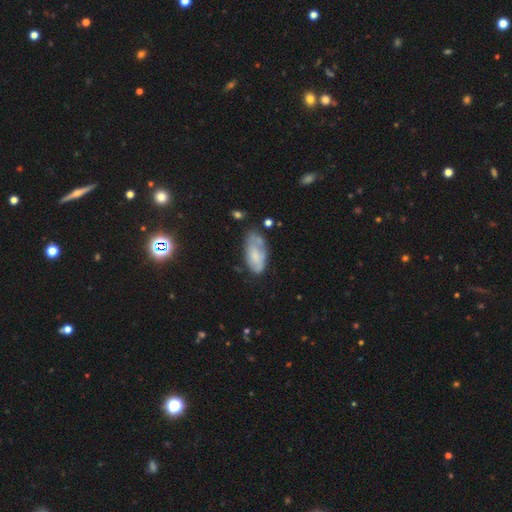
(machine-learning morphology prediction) Smooth or featured: smooth — 56% (featured or disk — 36%)
How rounded: in between — 90% (cigar-shaped — 7%)
Merging: none — 50% (minor disturbance — 31%)